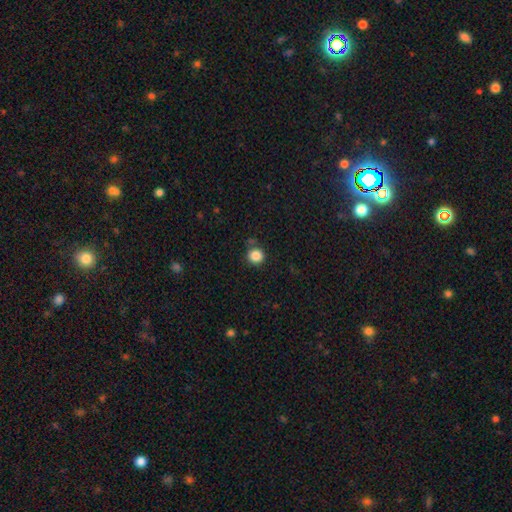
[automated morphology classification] Q: Smooth or featured?
A: smooth (85%); runner-up: star or artifact (11%)
Q: How rounded?
A: round (92%); runner-up: in between (7%)
Q: Merging?
A: none (81%); runner-up: minor disturbance (11%)